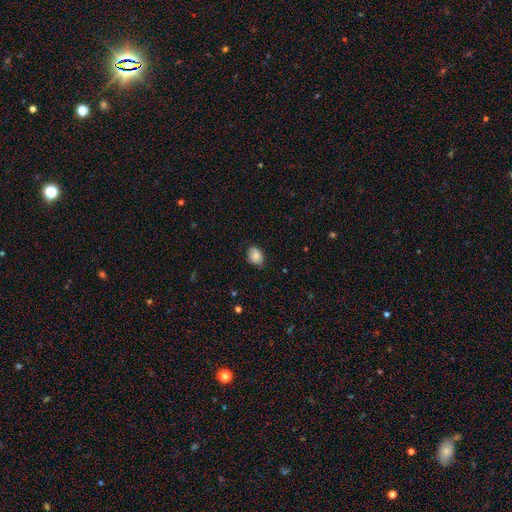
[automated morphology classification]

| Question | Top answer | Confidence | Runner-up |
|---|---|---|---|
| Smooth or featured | smooth | 80% | featured or disk (11%) |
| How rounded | in between | 66% | round (33%) |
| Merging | none | 72% | minor disturbance (23%) |